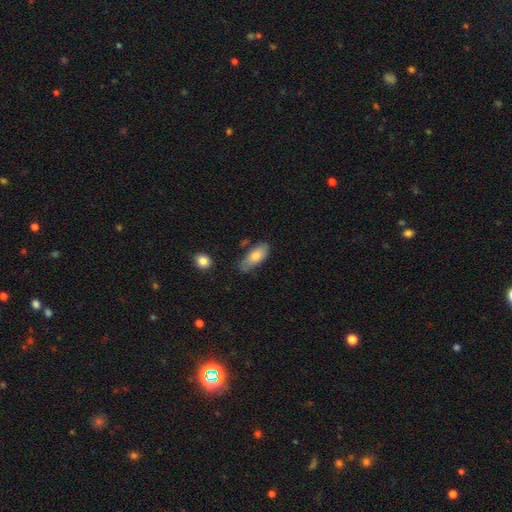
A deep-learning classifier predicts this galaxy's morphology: A smooth galaxy with no disk features (77%) that is in between round and cigar-shaped (83%).

Vote fractions:
- Smooth or featured? smooth: 77% / featured or disk: 17% / star or artifact: 6%
- How rounded? in between: 83% / cigar-shaped: 14% / round: 3%
- Merging? none: 64% / minor disturbance: 26% / major disturbance: 5% / merger: 4%